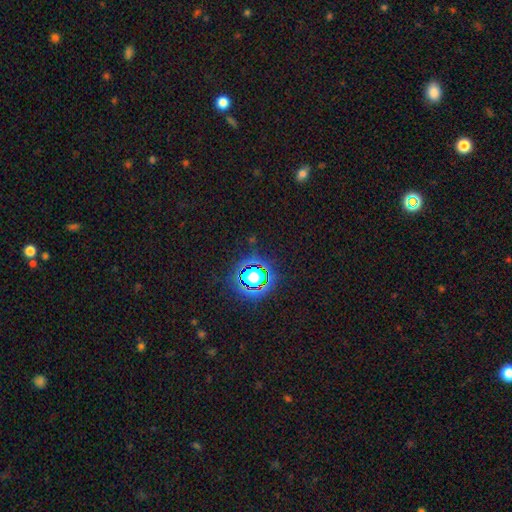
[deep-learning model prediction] smooth-or-featured: star or artifact: 79% | smooth: 14% | featured or disk: 8%